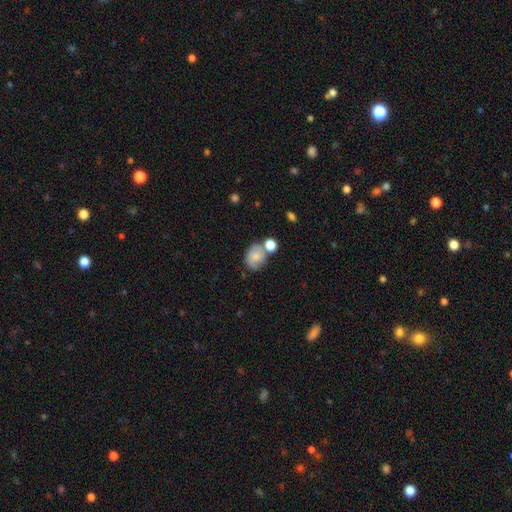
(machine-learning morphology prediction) A smooth galaxy with no disk features (71%) that is round (56%).

Vote fractions:
- Smooth or featured? smooth: 71% / featured or disk: 20% / star or artifact: 9%
- How rounded? round: 56% / in between: 43% / cigar-shaped: 1%
- Merging? none: 50% / merger: 27% / minor disturbance: 17% / major disturbance: 6%